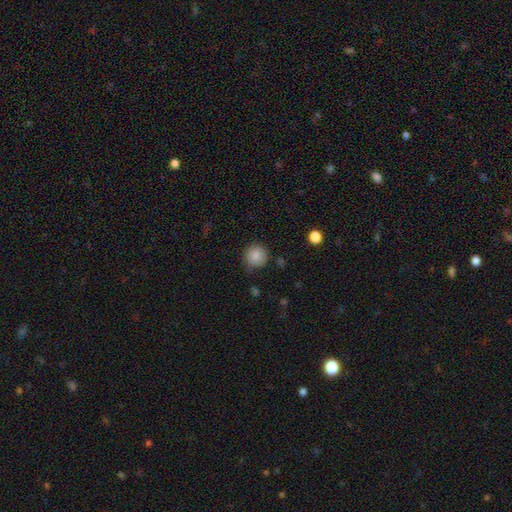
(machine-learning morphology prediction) type=smooth (84%); roundness=round (94%); merging=none (80%).